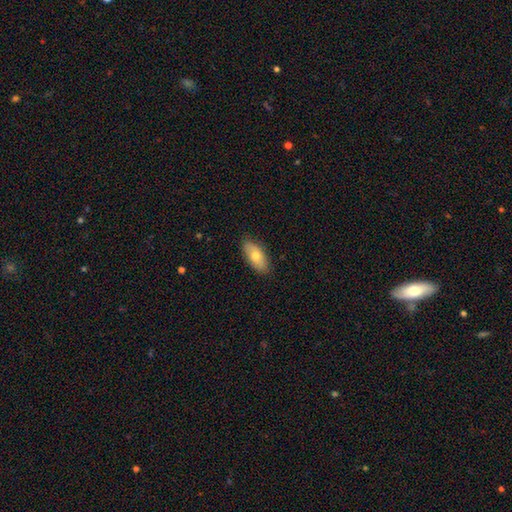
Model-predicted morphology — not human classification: Smooth or featured? smooth (71%)
How rounded? in between (88%)
Merging? none (86%)